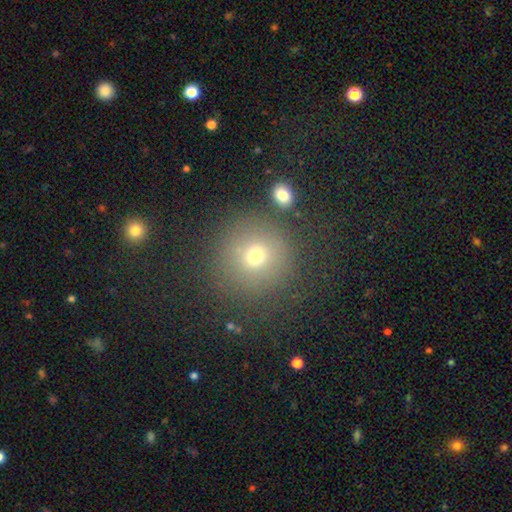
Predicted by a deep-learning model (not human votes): Morphology: type=smooth (71%); roundness=round (93%); merging=none (80%).